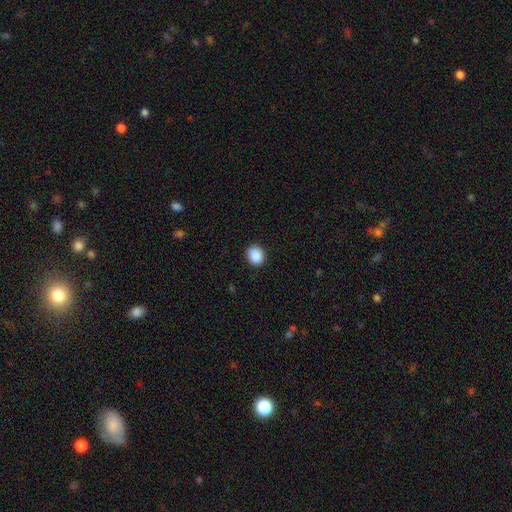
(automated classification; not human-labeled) Smooth or featured: smooth — 88% (star or artifact — 8%)
How rounded: round — 66% (in between — 33%)
Merging: none — 88% (minor disturbance — 9%)